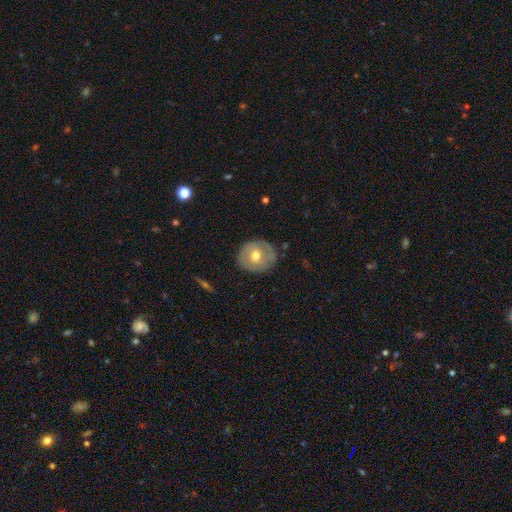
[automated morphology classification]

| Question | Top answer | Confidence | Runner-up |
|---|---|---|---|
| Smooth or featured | featured or disk | 49% | smooth (44%) |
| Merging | none | 81% | minor disturbance (14%) |